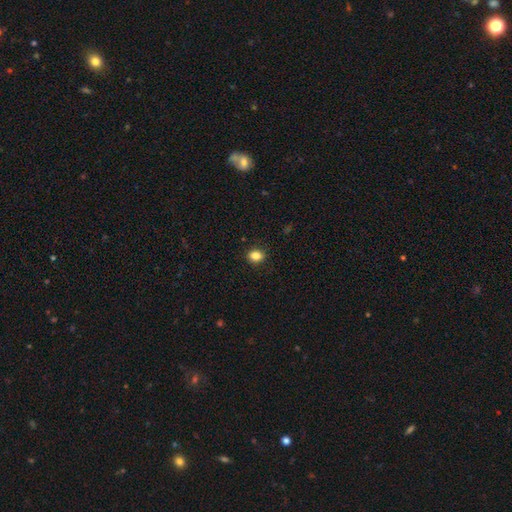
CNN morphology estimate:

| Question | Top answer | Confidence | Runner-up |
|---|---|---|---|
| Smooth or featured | smooth | 85% | star or artifact (11%) |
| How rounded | round | 50% | in between (49%) |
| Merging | none | 90% | minor disturbance (7%) |